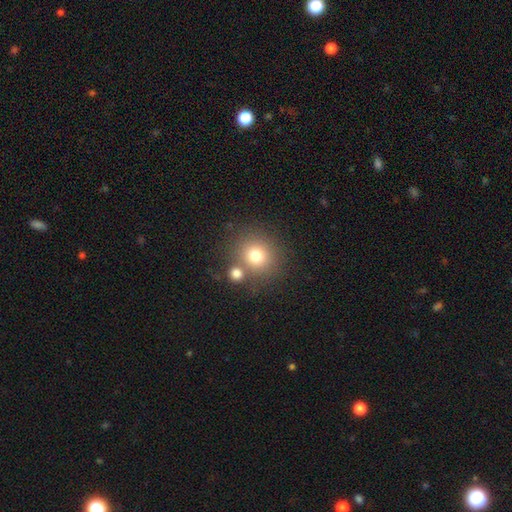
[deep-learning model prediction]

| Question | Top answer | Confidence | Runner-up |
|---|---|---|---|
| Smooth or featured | smooth | 75% | star or artifact (13%) |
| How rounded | round | 88% | in between (11%) |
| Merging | none | 69% | merger (18%) |